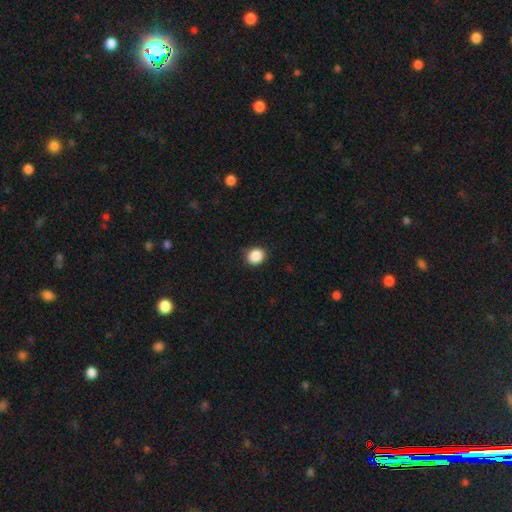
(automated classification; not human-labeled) Smooth or featured? smooth (88%)
How rounded? round (80%)
Merging? none (86%)